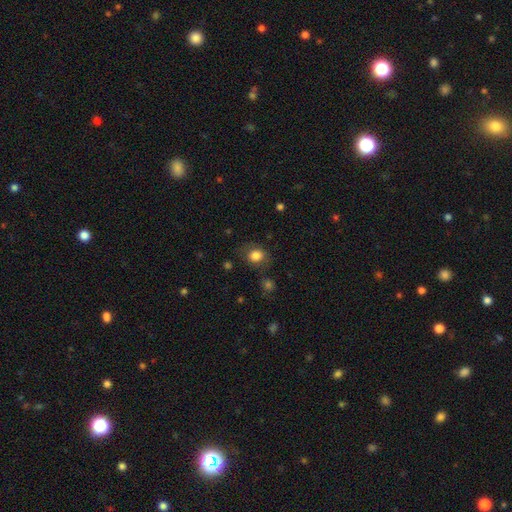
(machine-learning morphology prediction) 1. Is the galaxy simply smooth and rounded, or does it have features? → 81% smooth, 10% star or artifact, 9% featured or disk.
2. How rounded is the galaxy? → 55% round, 44% in between, 1% cigar-shaped.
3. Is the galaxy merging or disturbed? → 72% none, 17% minor disturbance, 7% major disturbance, 4% merger.